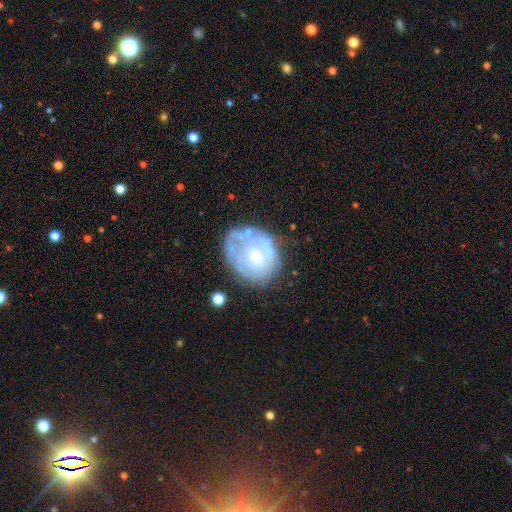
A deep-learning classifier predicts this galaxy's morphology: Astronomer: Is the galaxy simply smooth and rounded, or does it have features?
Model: featured or disk — 65%.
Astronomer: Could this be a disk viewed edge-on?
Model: no — 97%.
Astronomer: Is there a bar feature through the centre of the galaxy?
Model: no — 68%.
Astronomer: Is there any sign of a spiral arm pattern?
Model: no — 57% (runner-up: yes, 43%).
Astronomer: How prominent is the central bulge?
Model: small — 53% (runner-up: moderate, 37%).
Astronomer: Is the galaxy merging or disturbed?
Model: none — 55%.